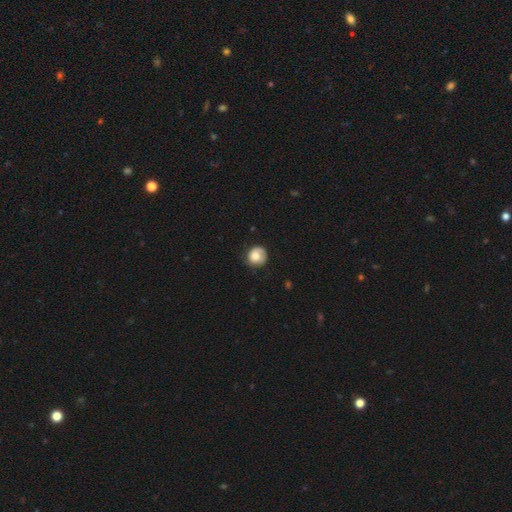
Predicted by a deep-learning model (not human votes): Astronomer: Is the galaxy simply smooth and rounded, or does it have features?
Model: smooth — 72%.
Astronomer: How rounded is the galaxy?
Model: round — 87%.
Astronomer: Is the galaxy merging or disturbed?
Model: none — 70%.